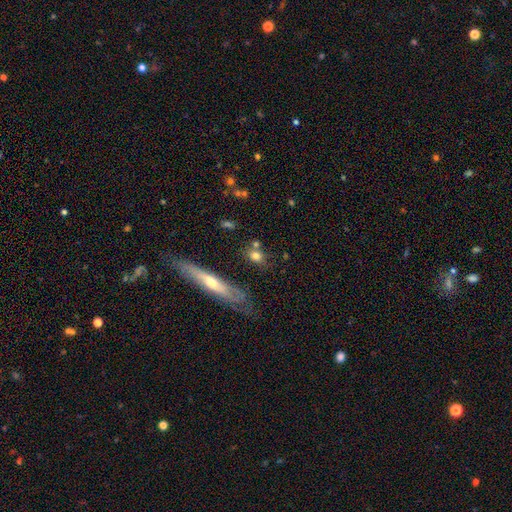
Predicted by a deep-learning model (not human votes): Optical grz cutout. It shows a smooth galaxy with no disk features (73%) that is round (49%). Merging: none (69%).